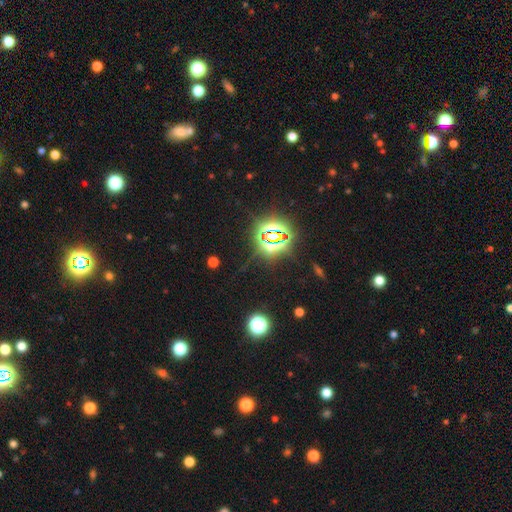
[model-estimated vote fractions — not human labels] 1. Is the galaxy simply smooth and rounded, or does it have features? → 79% star or artifact, 13% smooth, 7% featured or disk.